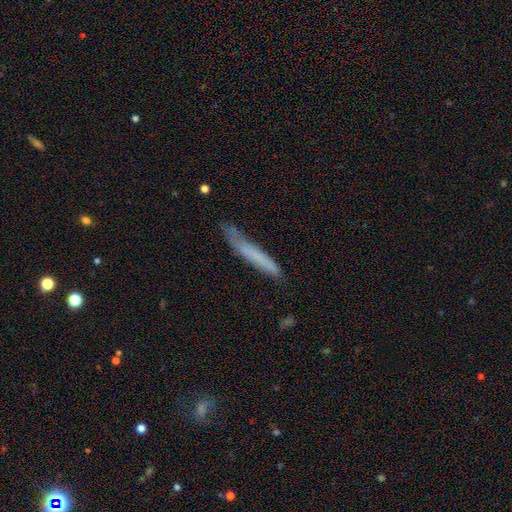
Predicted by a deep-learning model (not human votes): The model was most divided on "merging": none: 63%, minor disturbance: 27%, major disturbance: 8%, merger: 3%. More confident: how rounded — cigar-shaped (94%); smooth or featured — smooth (66%).